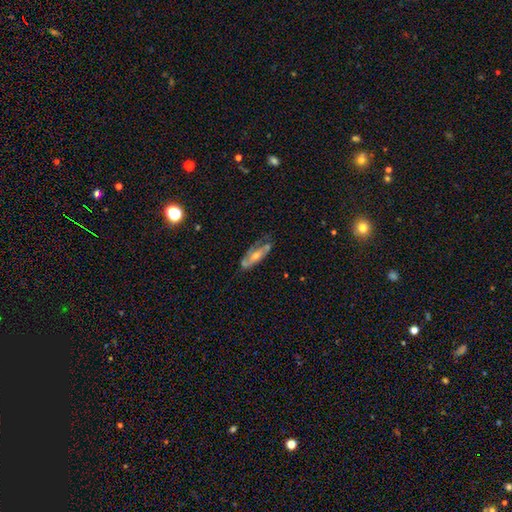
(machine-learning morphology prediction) Smooth or featured?
  - featured or disk: 69% *
  - smooth: 24%
  - star or artifact: 7%
Edge-on disk?
  - no: 77% *
  - yes: 23%
Bar?
  - no: 56% *
  - weak: 29%
  - strong: 15%
Spiral arms?
  - yes: 74% *
  - no: 26%
Bulge size?
  - moderate: 53% *
  - small: 41%
  - large: 3%
  - none: 2%
  - dominant: 1%
Merging?
  - none: 60% *
  - minor disturbance: 25%
  - major disturbance: 11%
  - merger: 3%